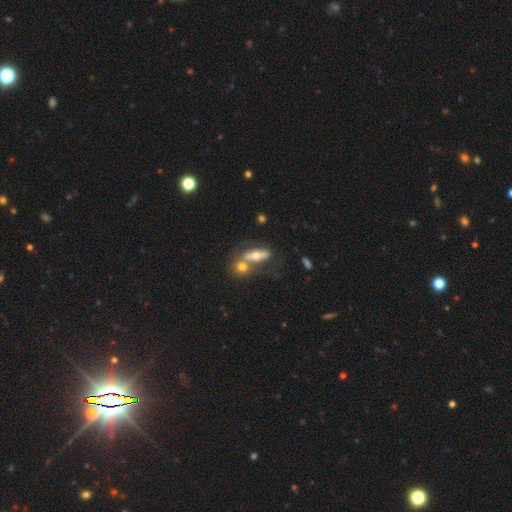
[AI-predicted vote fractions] The model was most divided on "smooth or featured": smooth: 48%, featured or disk: 43%, star or artifact: 10%. More confident: merging — merger (52%).